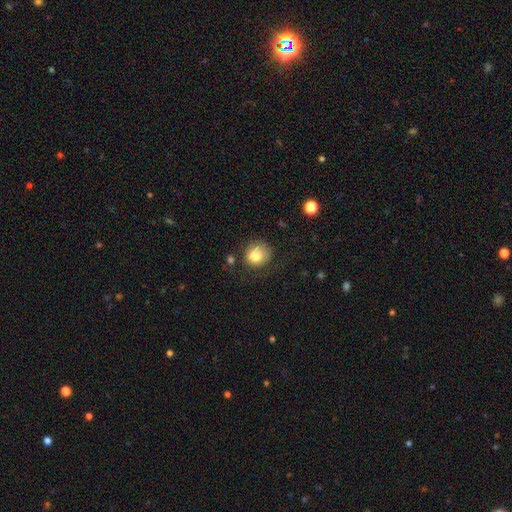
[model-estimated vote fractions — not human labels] Q: Smooth or featured?
A: smooth (80%); runner-up: featured or disk (11%)
Q: How rounded?
A: round (83%); runner-up: in between (16%)
Q: Merging?
A: none (69%); runner-up: minor disturbance (18%)